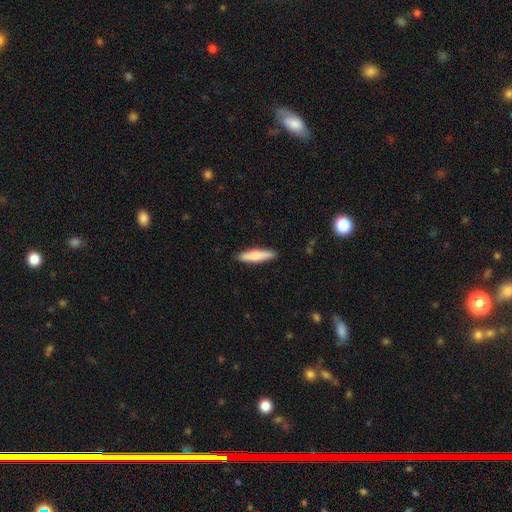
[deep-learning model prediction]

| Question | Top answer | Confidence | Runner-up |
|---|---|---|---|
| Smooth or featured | smooth | 73% | featured or disk (21%) |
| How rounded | cigar-shaped | 82% | in between (17%) |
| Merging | none | 90% | minor disturbance (8%) |